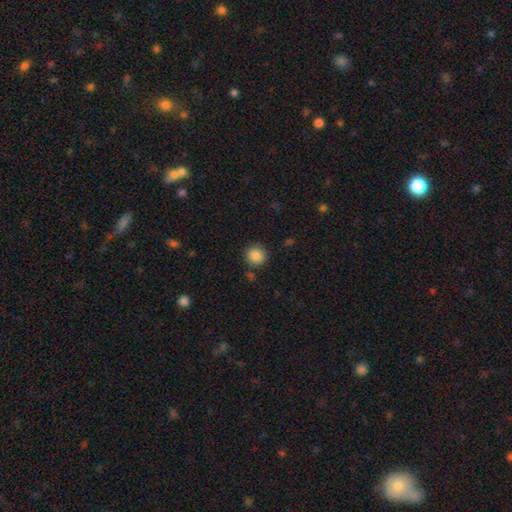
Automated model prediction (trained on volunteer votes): This is clearly a smooth galaxy (87%). How rounded: clearly round (91%). Merging: clearly none (85%).